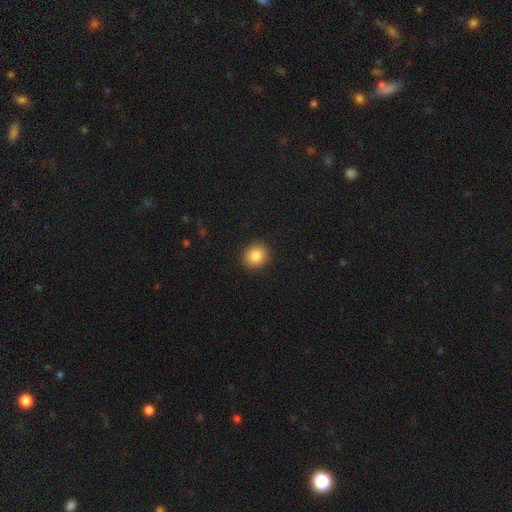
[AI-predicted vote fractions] smooth-or-featured: smooth: 86% | star or artifact: 9% | featured or disk: 5%
  how-rounded: round: 83% | in between: 16% | cigar-shaped: 1%
  merging: none: 91% | minor disturbance: 6% | major disturbance: 2% | merger: 1%